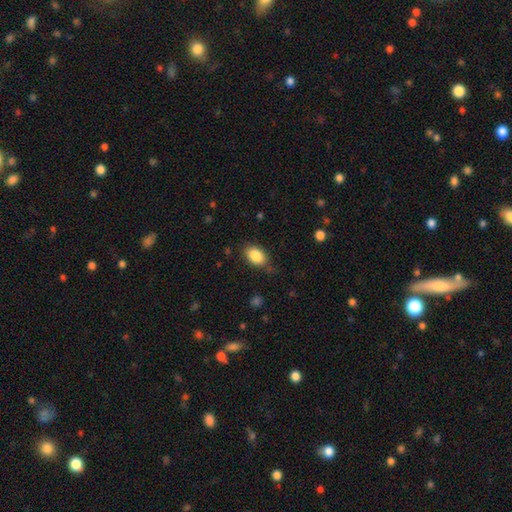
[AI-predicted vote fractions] smooth-or-featured: smooth: 87% | star or artifact: 7% | featured or disk: 6%
  how-rounded: in between: 89% | round: 10% | cigar-shaped: 2%
  merging: none: 76% | minor disturbance: 18% | major disturbance: 5% | merger: 1%